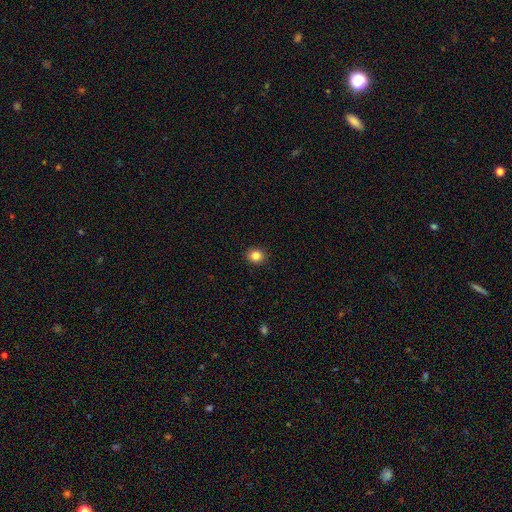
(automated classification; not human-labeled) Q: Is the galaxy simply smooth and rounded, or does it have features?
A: smooth — 85%.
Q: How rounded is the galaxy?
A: round — 74%.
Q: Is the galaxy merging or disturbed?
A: none — 92%.